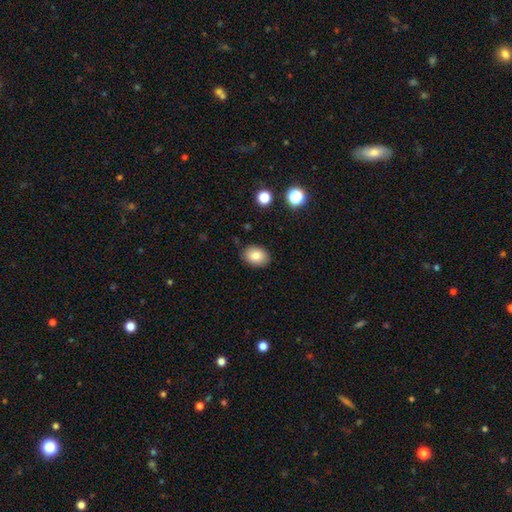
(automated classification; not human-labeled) smooth 82%, star or artifact 9%, featured or disk 8%. Down the decision tree: how rounded — in between (70%); merging — none (87%).